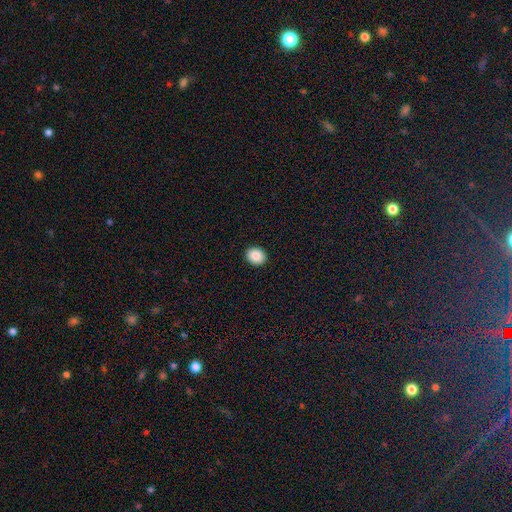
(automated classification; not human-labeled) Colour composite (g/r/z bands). It shows a smooth galaxy with no disk features (87%) that is round (57%). Merging: none (92%).